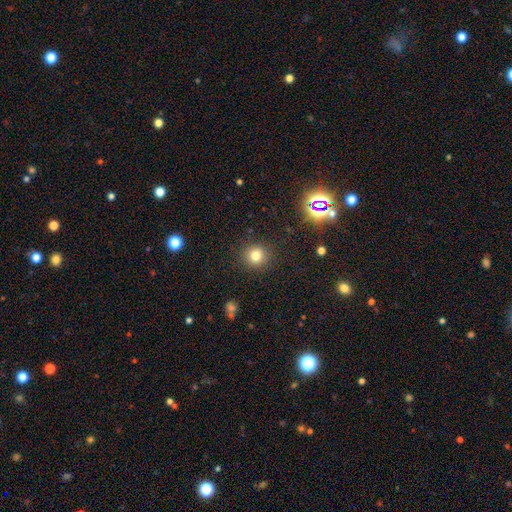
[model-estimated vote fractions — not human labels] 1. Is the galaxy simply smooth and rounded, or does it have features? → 78% smooth, 15% star or artifact, 7% featured or disk.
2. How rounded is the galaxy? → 90% round, 9% in between, 1% cigar-shaped.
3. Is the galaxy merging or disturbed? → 89% none, 7% minor disturbance, 3% major disturbance, 1% merger.